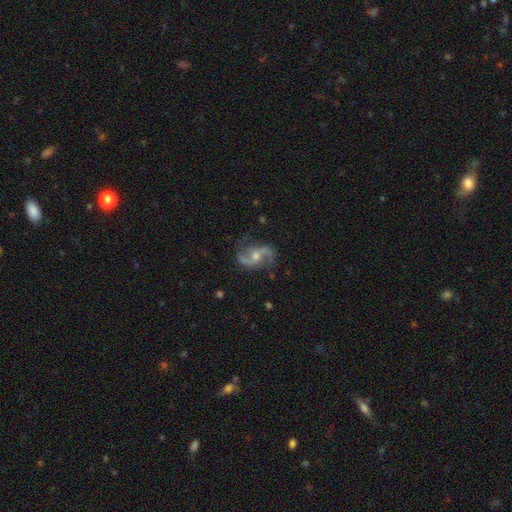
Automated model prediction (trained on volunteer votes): Q: Smooth or featured?
A: featured or disk (90%); runner-up: star or artifact (6%)
Q: Edge-on disk?
A: no (98%); runner-up: yes (2%)
Q: Bar?
A: no (47%); runner-up: weak (40%)
Q: Spiral arms?
A: yes (97%); runner-up: no (3%)
Q: Spiral winding?
A: loose (56%); runner-up: medium (37%)
Q: Spiral arm count?
A: 2 (94%); runner-up: can't tell (2%)
Q: Bulge size?
A: moderate (53%); runner-up: small (41%)
Q: Merging?
A: none (80%); runner-up: minor disturbance (13%)